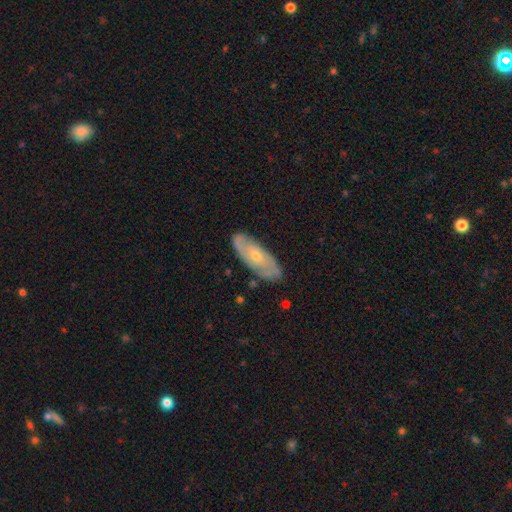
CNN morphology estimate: Overall: featured or disk (67%). Edge-on disk: no (87%). Bar: no (73%). Spiral arms: yes (82%). Bulge size: small (62%; moderate 35%). Merging: none (82%).